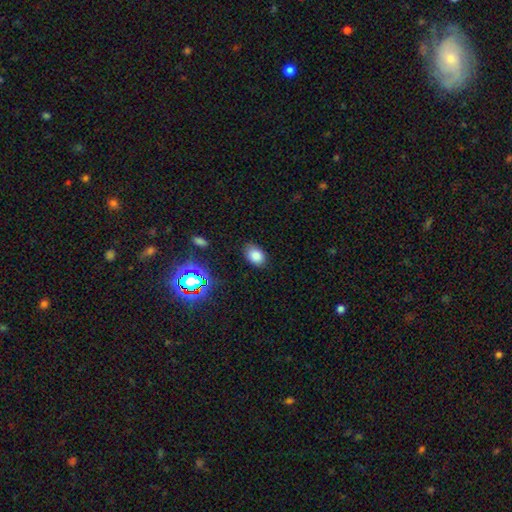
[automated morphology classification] Overall: smooth (81%). How rounded: in between (80%). Merging: none (82%).